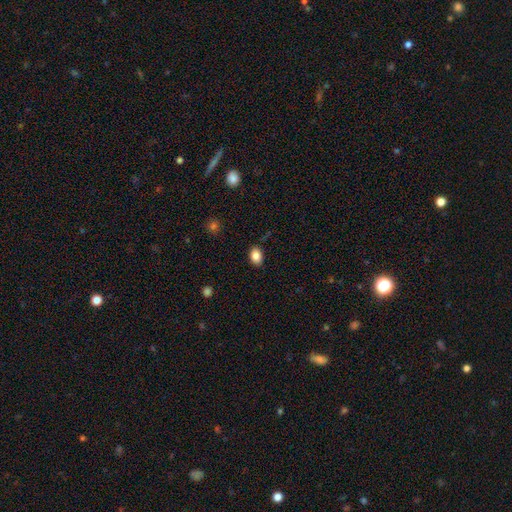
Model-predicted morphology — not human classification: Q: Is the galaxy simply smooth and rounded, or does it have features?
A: smooth — 86%.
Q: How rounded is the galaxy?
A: in between — 79%.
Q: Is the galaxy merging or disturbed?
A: none — 83%.